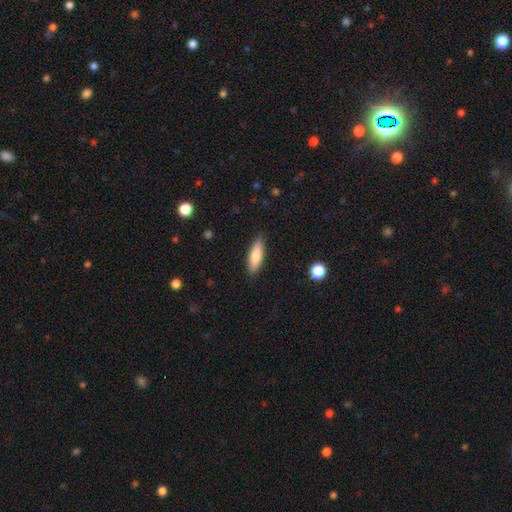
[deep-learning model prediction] This appears to be a smooth galaxy with no disk features (78%) that is cigar-shaped (50%). Merging: none (87%).